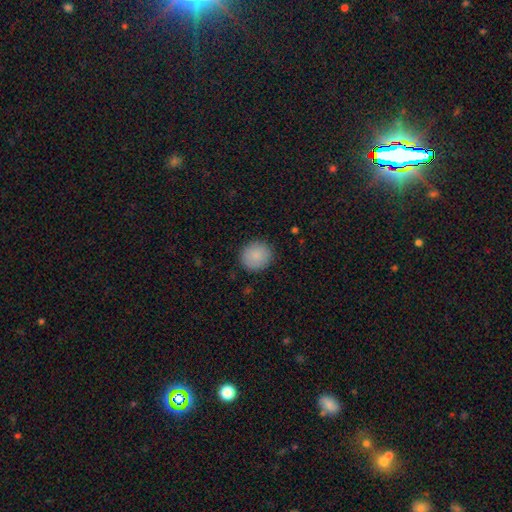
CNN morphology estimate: The model was most divided on "how rounded": round: 89%, in between: 10%, cigar-shaped: 1%. More confident: merging — none (89%); smooth or featured — smooth (88%).